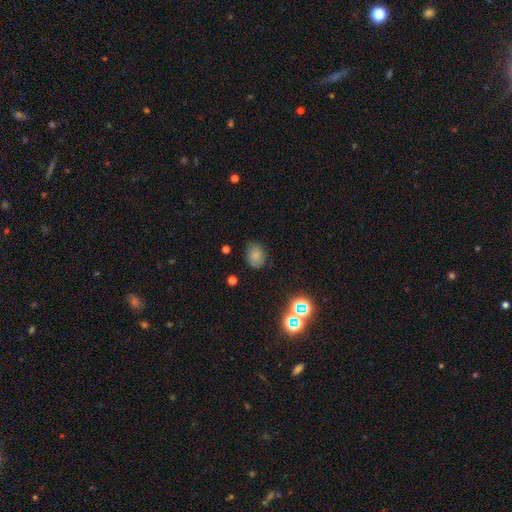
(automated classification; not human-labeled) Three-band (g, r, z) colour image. It shows a smooth galaxy with no disk features (78%) that is in between round and cigar-shaped (56%). Merging: none (76%).